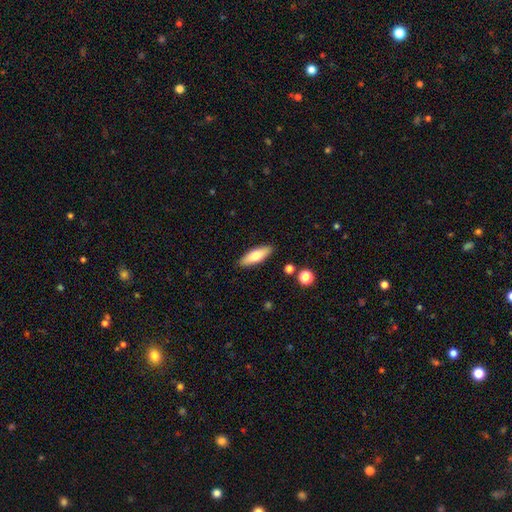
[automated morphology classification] Smooth or featured? Predicted: smooth (p=0.68). How rounded? Predicted: in between (p=0.59). Merging? Predicted: none (p=0.88).